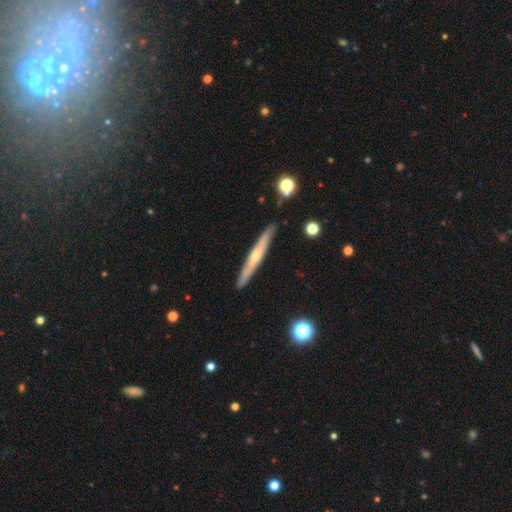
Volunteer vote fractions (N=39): featured or disk 67%, smooth 26%, star or artifact 8%. Down the decision tree: edge-on disk — yes (100%); edge-on bulge — rounded (73%); merging — none (89%).